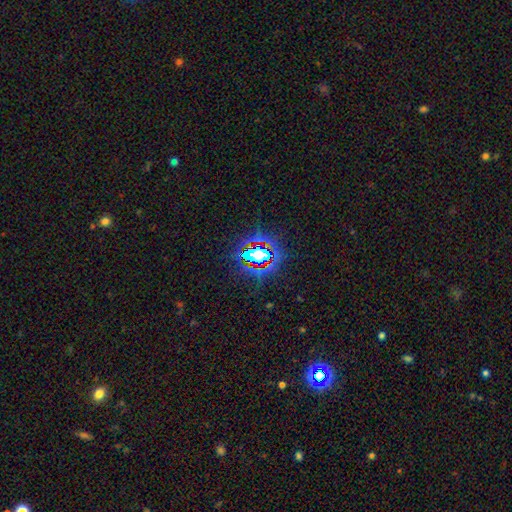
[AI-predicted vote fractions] Q: Smooth or featured?
A: star or artifact (67%); runner-up: smooth (20%)